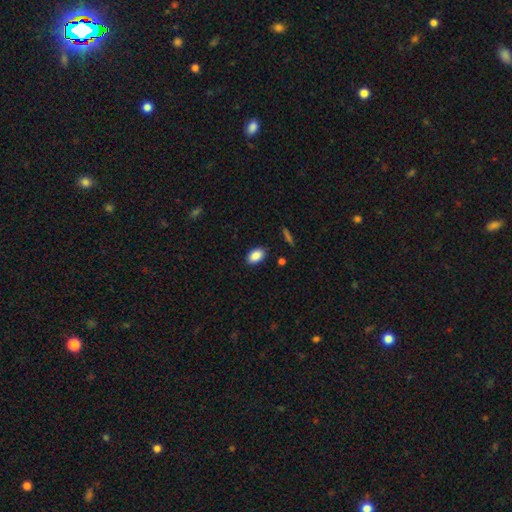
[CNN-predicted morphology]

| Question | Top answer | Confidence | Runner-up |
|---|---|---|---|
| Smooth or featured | smooth | 88% | star or artifact (8%) |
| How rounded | in between | 90% | round (9%) |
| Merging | none | 87% | minor disturbance (9%) |